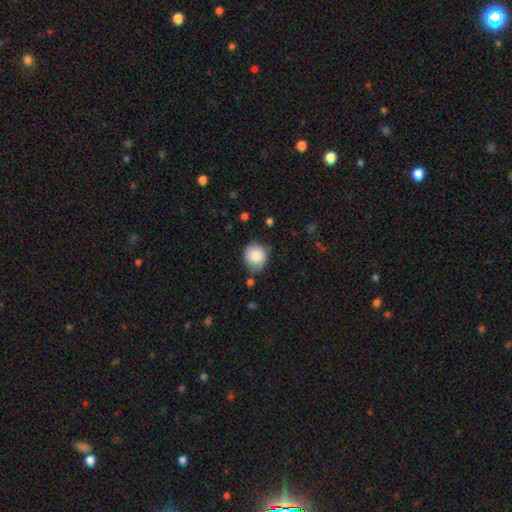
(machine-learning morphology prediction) Smooth or featured? Predicted: smooth (p=0.85). How rounded? Predicted: round (p=0.76). Merging? Predicted: none (p=0.66).